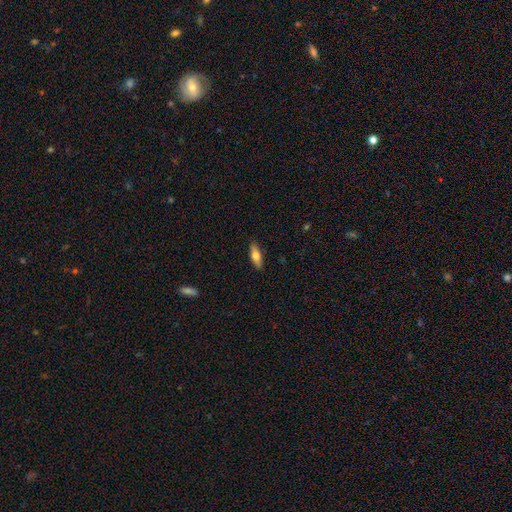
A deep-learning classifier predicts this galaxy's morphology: type=smooth (69%); roundness=in between (58%); merging=none (88%).